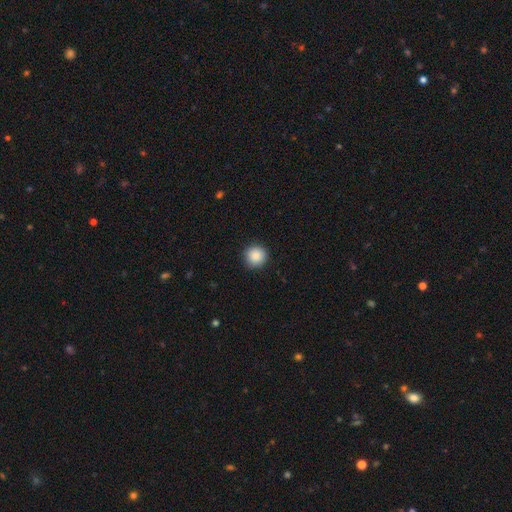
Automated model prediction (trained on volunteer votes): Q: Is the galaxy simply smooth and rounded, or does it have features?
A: smooth — 88%.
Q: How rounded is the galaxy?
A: round — 95%.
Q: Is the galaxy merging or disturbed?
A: none — 91%.